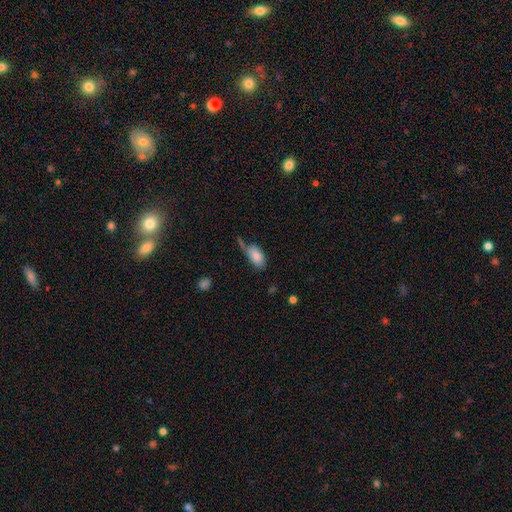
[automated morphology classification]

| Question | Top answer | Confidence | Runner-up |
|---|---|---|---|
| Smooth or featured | smooth | 84% | featured or disk (9%) |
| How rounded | in between | 93% | round (4%) |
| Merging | none | 41% | minor disturbance (28%) |